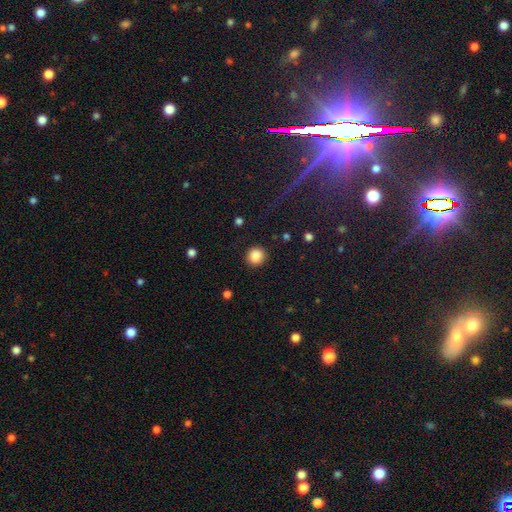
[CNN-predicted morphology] This appears to be a smooth galaxy with no disk features (87%) that is round (91%). Merging: none (90%).